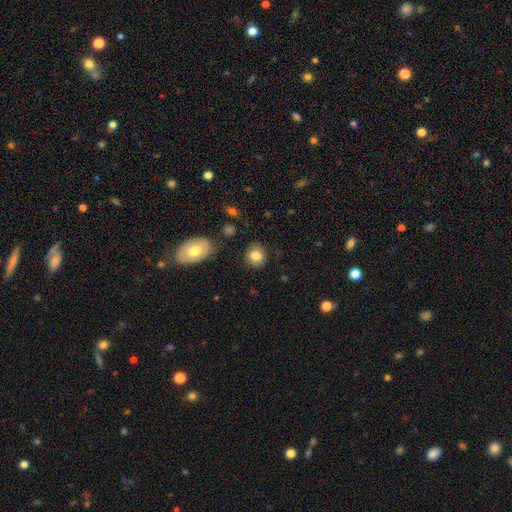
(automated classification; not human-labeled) smooth-or-featured: smooth: 83% | star or artifact: 9% | featured or disk: 8%
  how-rounded: round: 75% | in between: 24% | cigar-shaped: 1%
  merging: none: 85% | minor disturbance: 10% | major disturbance: 3% | merger: 2%